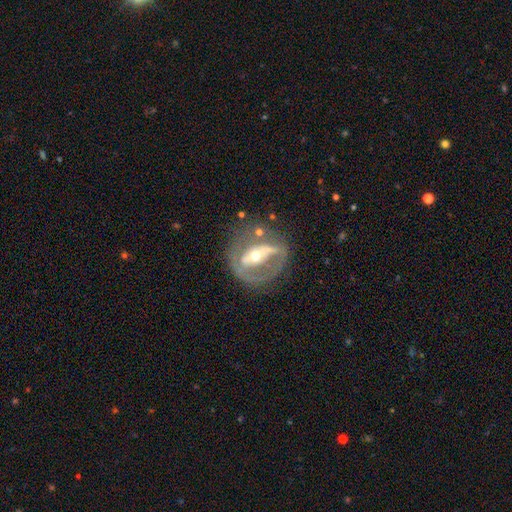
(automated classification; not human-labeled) This is likely a featured or disk galaxy (76%). It is clearly not viewed edge-on (91%). Bar: possibly strong (46%). Spiral arm pattern: possibly no (55%). Central bulge: likely moderate (61%). Merging: possibly none (56%).